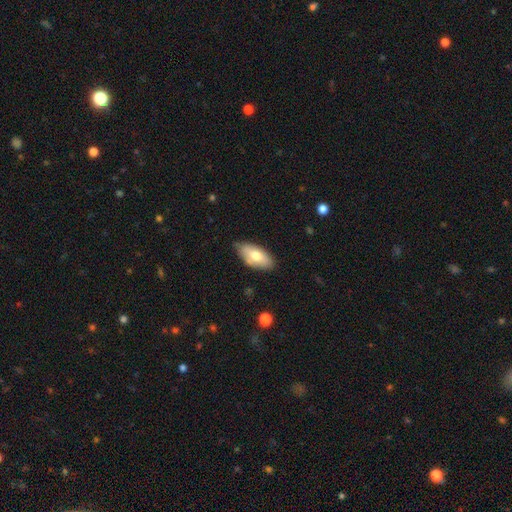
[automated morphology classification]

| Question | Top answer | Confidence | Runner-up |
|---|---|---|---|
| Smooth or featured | smooth | 70% | featured or disk (24%) |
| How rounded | in between | 91% | cigar-shaped (7%) |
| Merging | none | 74% | minor disturbance (21%) |